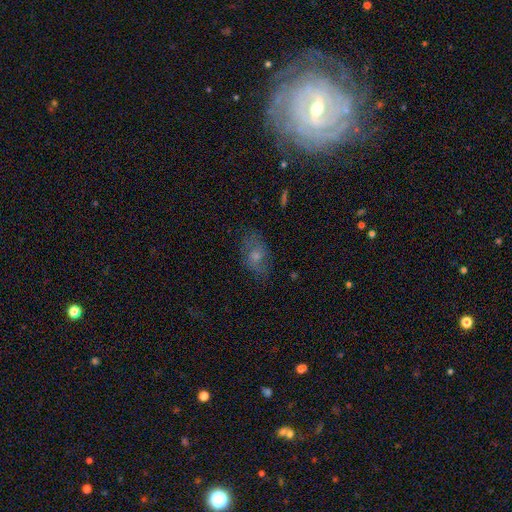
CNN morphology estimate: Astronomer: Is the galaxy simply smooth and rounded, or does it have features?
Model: smooth — 55% (runner-up: featured or disk, 32%).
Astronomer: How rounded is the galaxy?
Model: in between — 84%.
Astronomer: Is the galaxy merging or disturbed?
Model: none — 73%.